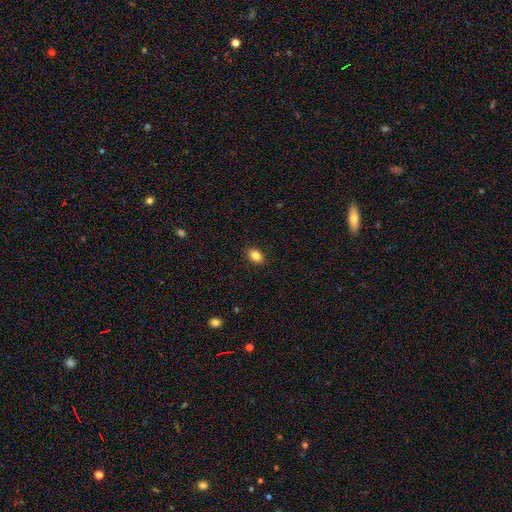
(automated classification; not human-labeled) Q: Smooth or featured?
A: smooth (85%); runner-up: star or artifact (9%)
Q: How rounded?
A: in between (79%); runner-up: round (19%)
Q: Merging?
A: none (89%); runner-up: minor disturbance (8%)